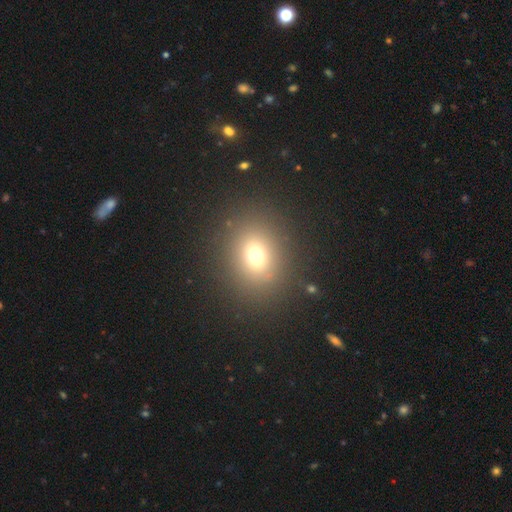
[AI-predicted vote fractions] smooth-or-featured: smooth: 71% | star or artifact: 17% | featured or disk: 12%
  how-rounded: round: 55% | in between: 44% | cigar-shaped: 1%
  merging: none: 86% | minor disturbance: 8% | major disturbance: 4% | merger: 2%